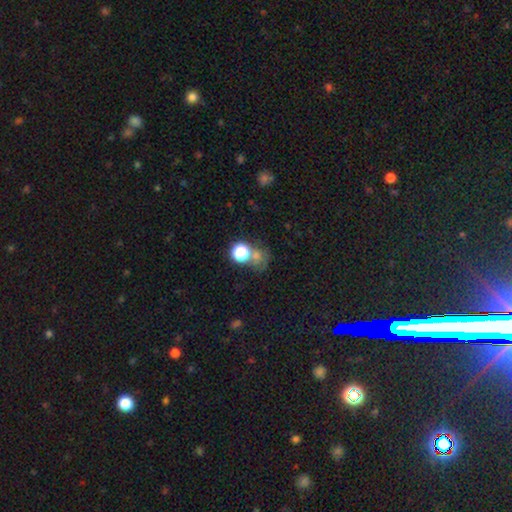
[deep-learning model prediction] smooth 50%, star or artifact 38%, featured or disk 12%. Down the decision tree: merging — none (47%).